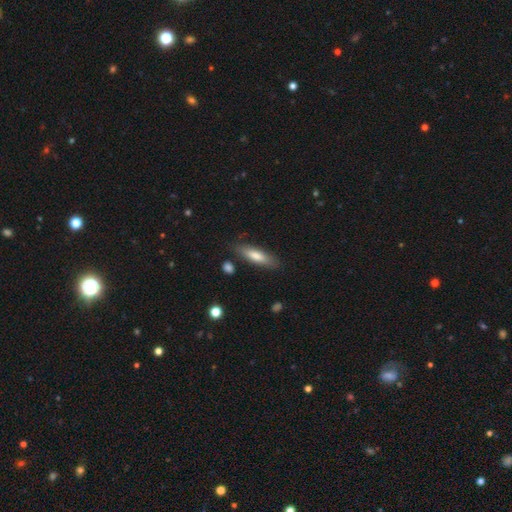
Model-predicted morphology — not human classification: Smooth or featured?
  - smooth: 70% *
  - featured or disk: 24%
  - star or artifact: 6%
How rounded?
  - cigar-shaped: 62% *
  - in between: 36%
  - round: 2%
Merging?
  - none: 83% *
  - minor disturbance: 12%
  - major disturbance: 3%
  - merger: 2%